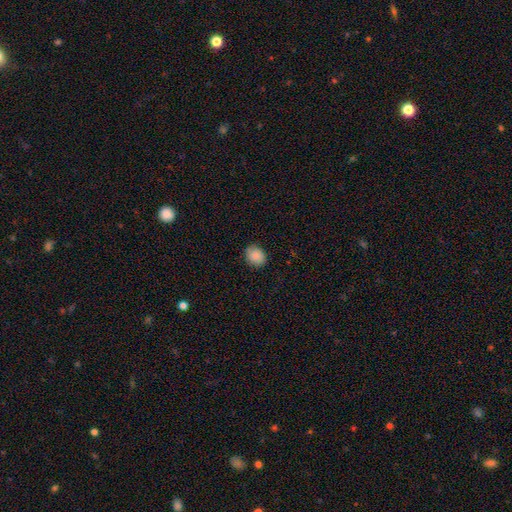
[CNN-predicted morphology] A smooth galaxy with no disk features (87%) that is round (57%).

Vote fractions:
- Smooth or featured? smooth: 87% / star or artifact: 8% / featured or disk: 5%
- How rounded? round: 57% / in between: 42% / cigar-shaped: 1%
- Merging? none: 86% / minor disturbance: 11% / major disturbance: 2% / merger: 1%